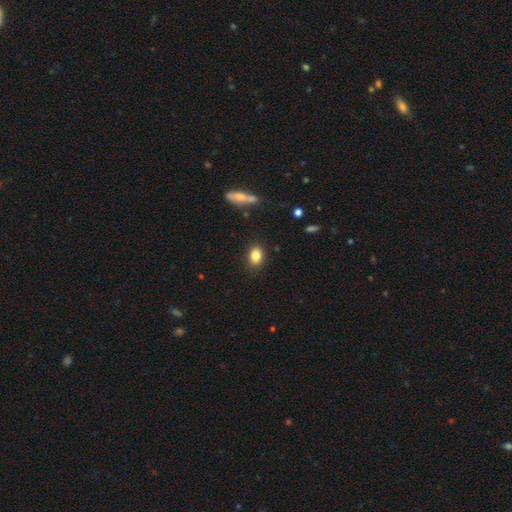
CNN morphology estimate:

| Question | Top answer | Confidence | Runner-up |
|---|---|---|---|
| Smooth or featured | smooth | 84% | star or artifact (9%) |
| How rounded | in between | 73% | round (25%) |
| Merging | none | 86% | minor disturbance (10%) |